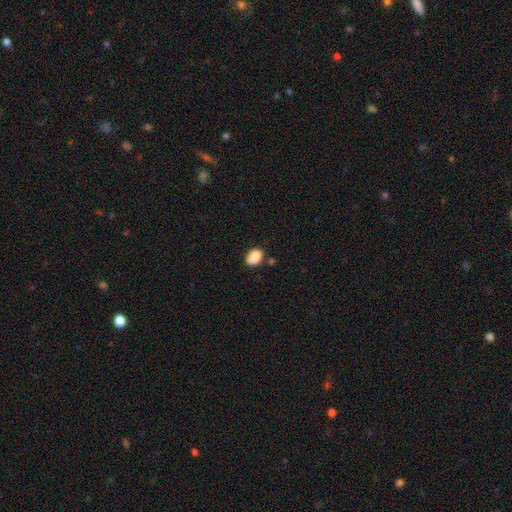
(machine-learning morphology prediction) Smooth or featured? Predicted: smooth (p=0.86). How rounded? Predicted: in between (p=0.75). Merging? Predicted: none (p=0.62).